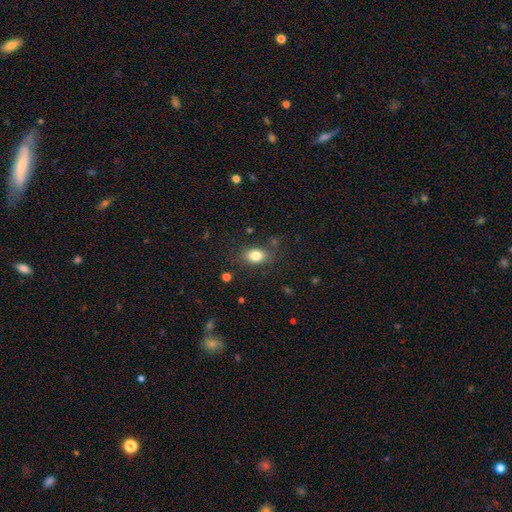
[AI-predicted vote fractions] Smooth or featured? smooth (82%)
How rounded? in between (77%)
Merging? none (81%)